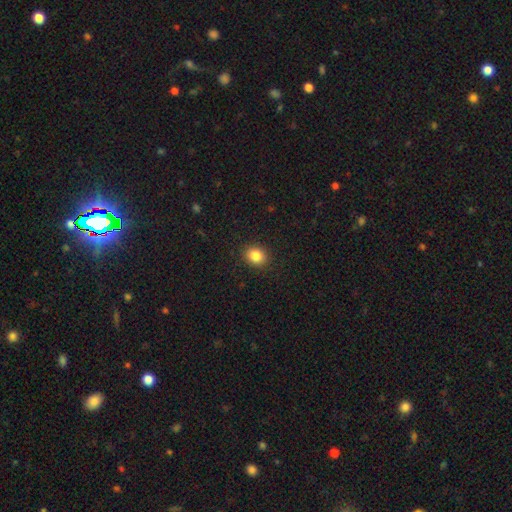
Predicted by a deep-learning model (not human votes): A smooth galaxy with no disk features (86%) that is round (56%). Merging: none (90%).